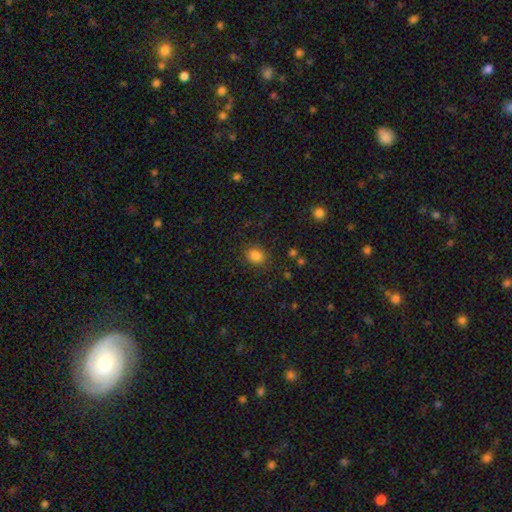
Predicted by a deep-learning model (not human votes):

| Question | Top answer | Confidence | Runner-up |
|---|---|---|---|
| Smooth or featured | smooth | 84% | star or artifact (11%) |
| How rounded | round | 60% | in between (39%) |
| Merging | none | 86% | minor disturbance (10%) |